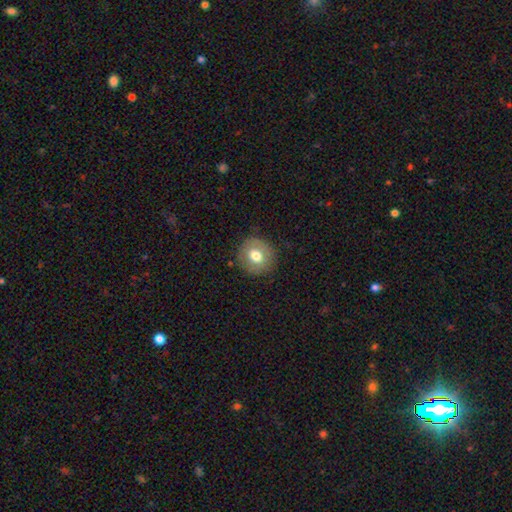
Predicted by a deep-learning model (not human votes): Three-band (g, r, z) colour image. It shows a smooth galaxy with no disk features (68%) that is round (85%). Merging: none (84%).